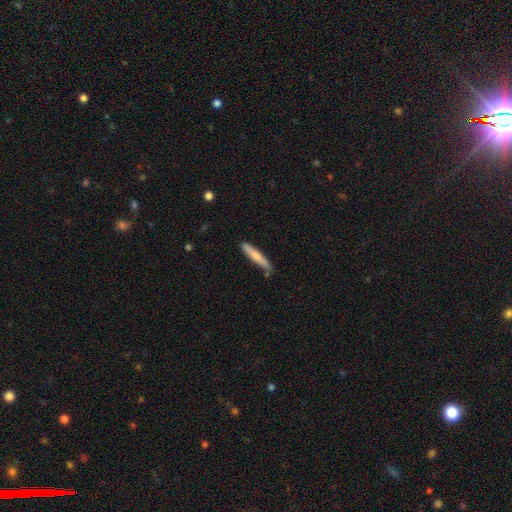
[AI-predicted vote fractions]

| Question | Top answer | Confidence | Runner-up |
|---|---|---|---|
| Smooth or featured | smooth | 72% | featured or disk (23%) |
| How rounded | cigar-shaped | 93% | in between (6%) |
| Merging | none | 83% | minor disturbance (12%) |